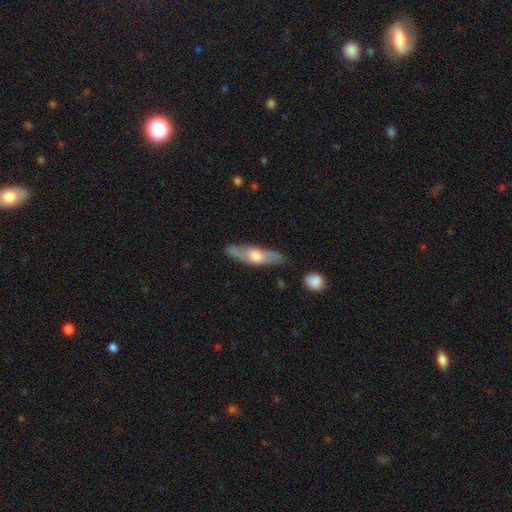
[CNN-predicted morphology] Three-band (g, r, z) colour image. It shows a featured or disk galaxy (57%) viewed edge-on (65%). Merging: none (81%).